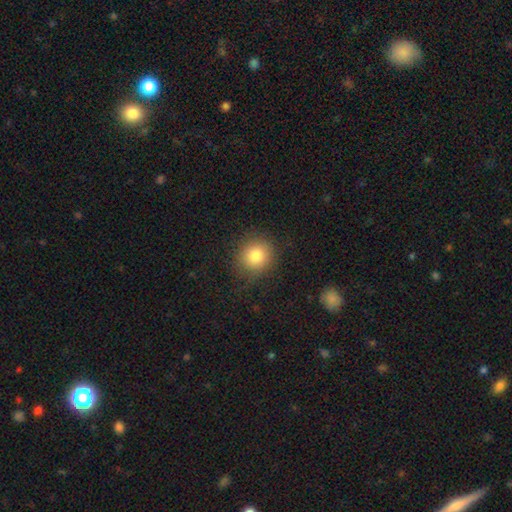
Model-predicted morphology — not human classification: Overall: smooth (82%). How rounded: round (84%). Merging: none (82%).